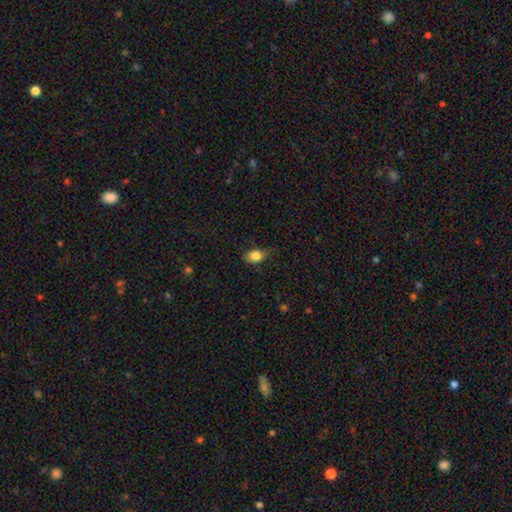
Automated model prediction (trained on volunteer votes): Smooth or featured: smooth — 83% (star or artifact — 9%)
How rounded: in between — 77% (round — 20%)
Merging: none — 66% (minor disturbance — 26%)